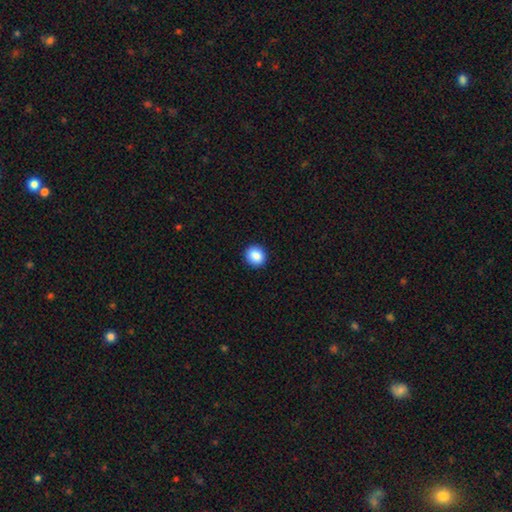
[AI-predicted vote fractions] Smooth or featured? Predicted: smooth (p=0.88). How rounded? Predicted: round (p=0.84). Merging? Predicted: none (p=0.92).